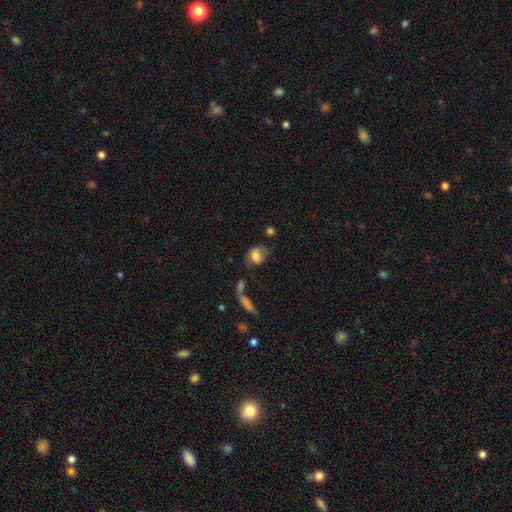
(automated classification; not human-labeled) smooth 73%, featured or disk 19%, star or artifact 9%. Down the decision tree: how rounded — in between (58%); merging — none (51%).